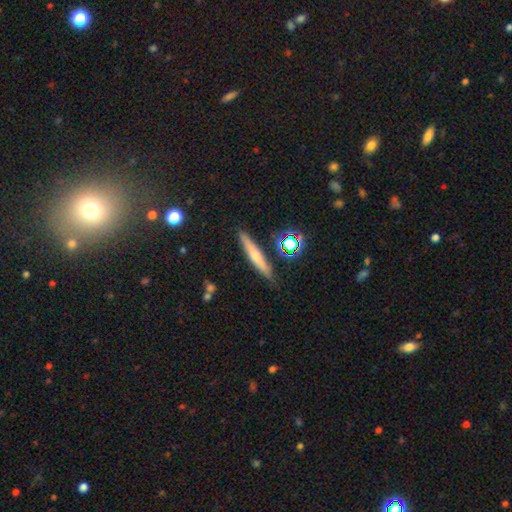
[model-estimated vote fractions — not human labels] Smooth or featured: smooth — 54% (featured or disk — 35%)
How rounded: cigar-shaped — 90% (in between — 7%)
Merging: none — 85% (minor disturbance — 10%)